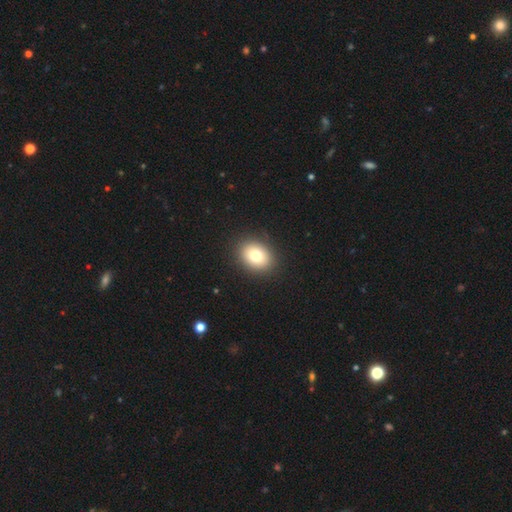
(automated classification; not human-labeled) Smooth or featured? smooth (79%)
How rounded? in between (59%)
Merging? none (90%)